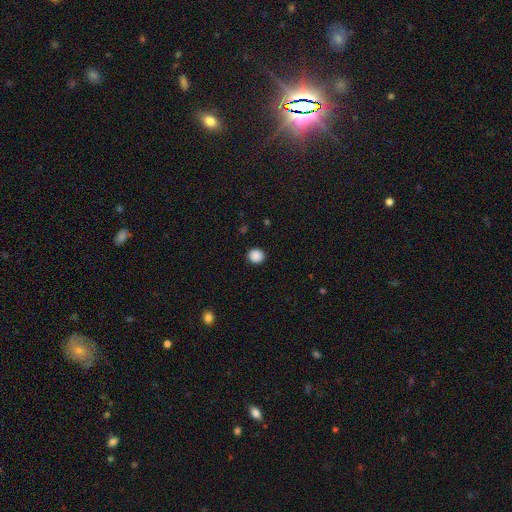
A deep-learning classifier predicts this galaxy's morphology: Q: Smooth or featured?
A: smooth (88%); runner-up: star or artifact (9%)
Q: How rounded?
A: round (87%); runner-up: in between (12%)
Q: Merging?
A: none (91%); runner-up: minor disturbance (6%)